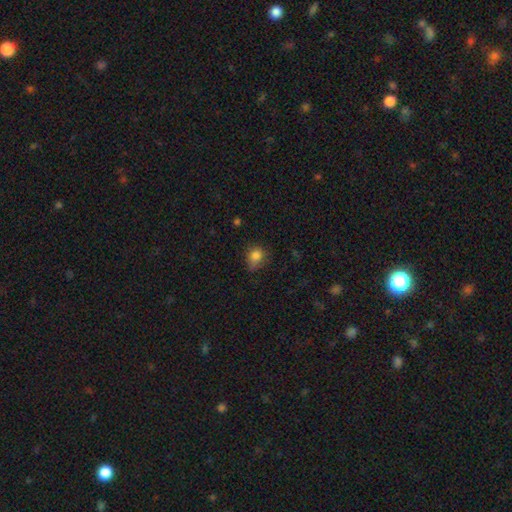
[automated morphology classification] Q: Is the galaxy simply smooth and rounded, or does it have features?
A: smooth — 82%.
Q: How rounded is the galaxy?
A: round — 62%.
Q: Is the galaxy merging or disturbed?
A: none — 53%.